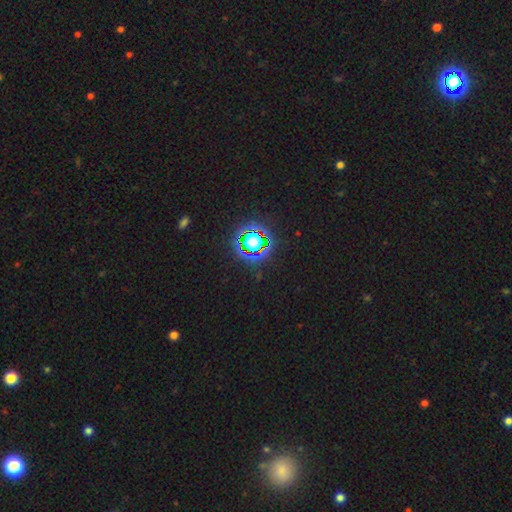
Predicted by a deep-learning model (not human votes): This is clearly a star or artifact rather than a galaxy (81%).